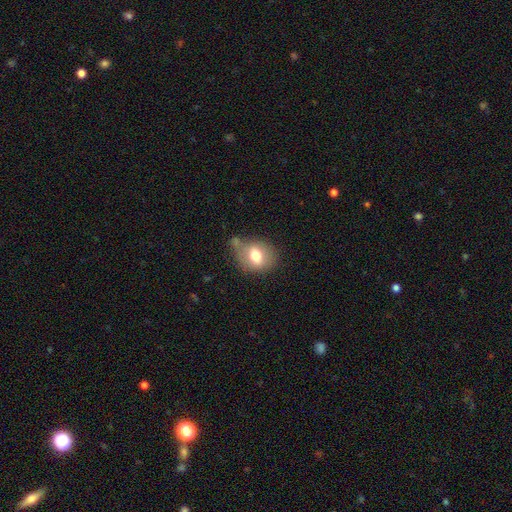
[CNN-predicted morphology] Overall: smooth (71%). How rounded: in between (52%; round 47%). Merging: none (54%; minor disturbance 25%).